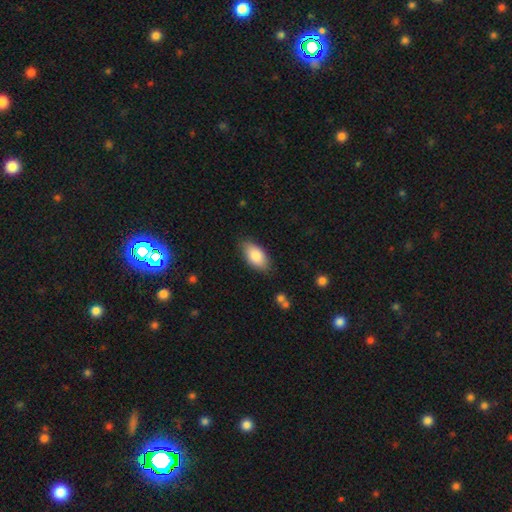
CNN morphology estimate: smooth 83%, featured or disk 11%, star or artifact 6%. Down the decision tree: how rounded — in between (92%); merging — none (81%).